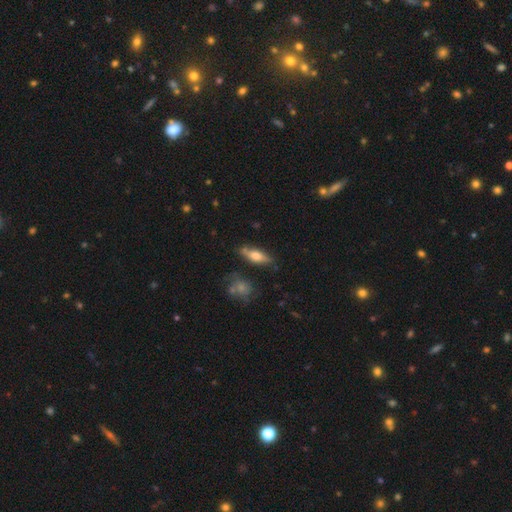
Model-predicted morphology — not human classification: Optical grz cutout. It shows a smooth galaxy with no disk features (56%) that is cigar-shaped (48%, tied with in between). Merging: none (76%).